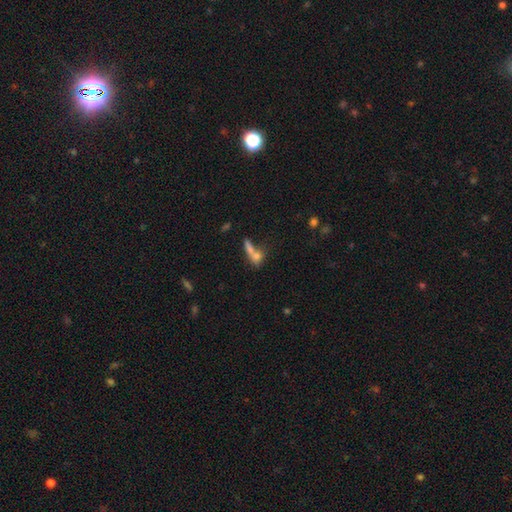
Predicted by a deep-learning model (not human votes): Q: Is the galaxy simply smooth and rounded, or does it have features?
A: smooth — 68%.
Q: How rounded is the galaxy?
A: in between — 45%.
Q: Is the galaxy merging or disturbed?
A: merger — 45%.